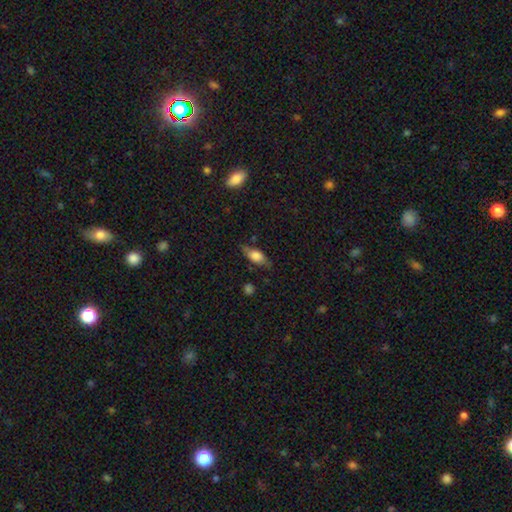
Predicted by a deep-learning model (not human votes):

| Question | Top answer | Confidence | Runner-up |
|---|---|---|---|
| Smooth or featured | smooth | 66% | featured or disk (26%) |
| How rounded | in between | 77% | cigar-shaped (18%) |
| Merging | none | 70% | minor disturbance (22%) |